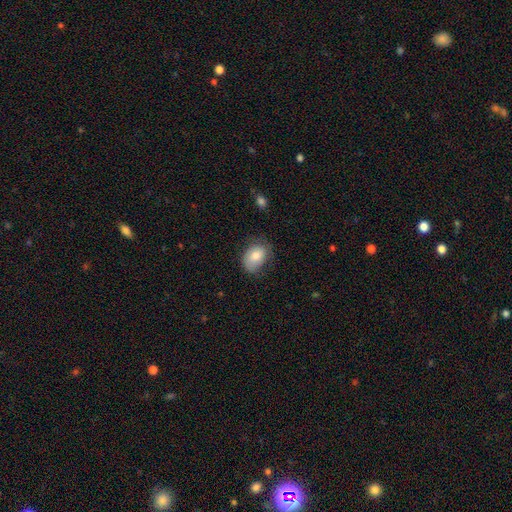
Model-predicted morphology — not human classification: Q: Smooth or featured?
A: smooth (79%); runner-up: featured or disk (14%)
Q: How rounded?
A: in between (76%); runner-up: round (23%)
Q: Merging?
A: none (63%); runner-up: minor disturbance (27%)